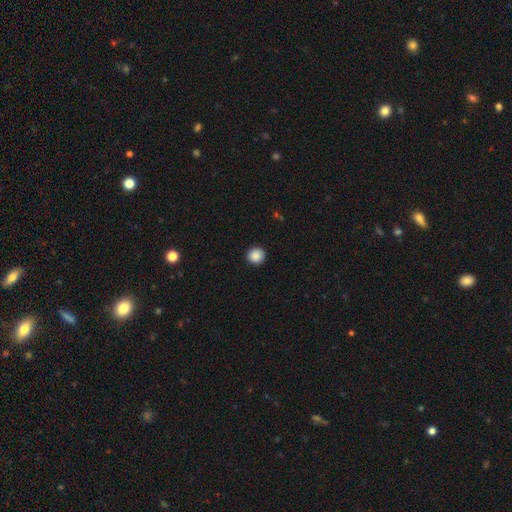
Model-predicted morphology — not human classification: Overall: smooth (88%). How rounded: round (93%). Merging: none (92%).